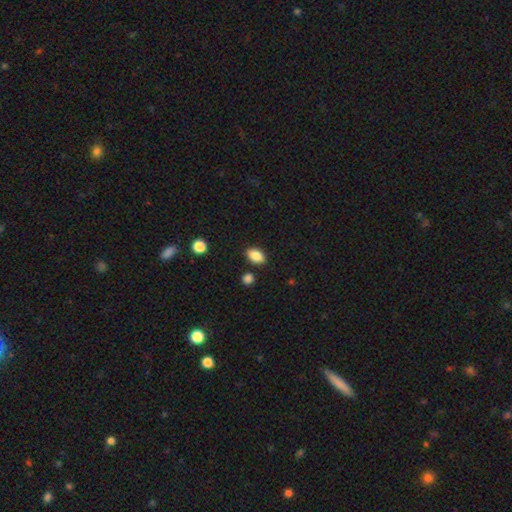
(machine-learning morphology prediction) This is clearly a smooth galaxy (87%). How rounded: clearly in between (88%). Merging: clearly none (85%).